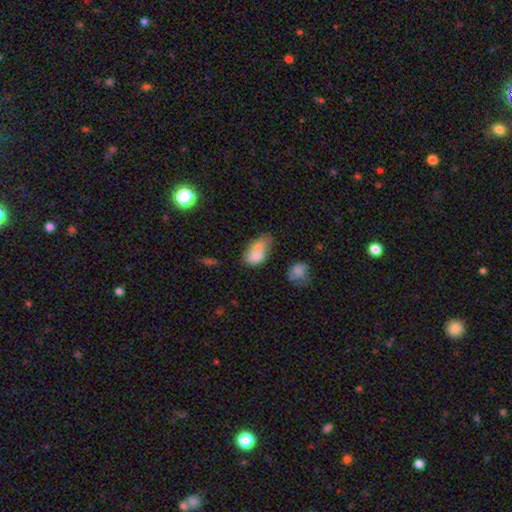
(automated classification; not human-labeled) Morphology: type=smooth (71%); roundness=in between (81%); merging=merger (57%).